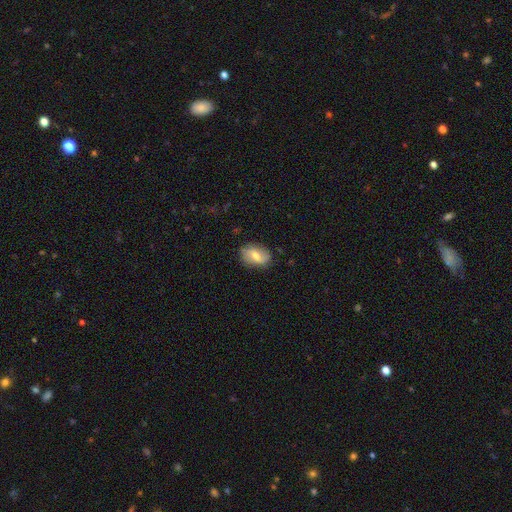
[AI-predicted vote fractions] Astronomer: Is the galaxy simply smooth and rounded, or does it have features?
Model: smooth — 51% (runner-up: featured or disk, 42%).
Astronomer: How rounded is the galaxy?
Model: in between — 83%.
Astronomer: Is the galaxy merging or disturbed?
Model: none — 81%.